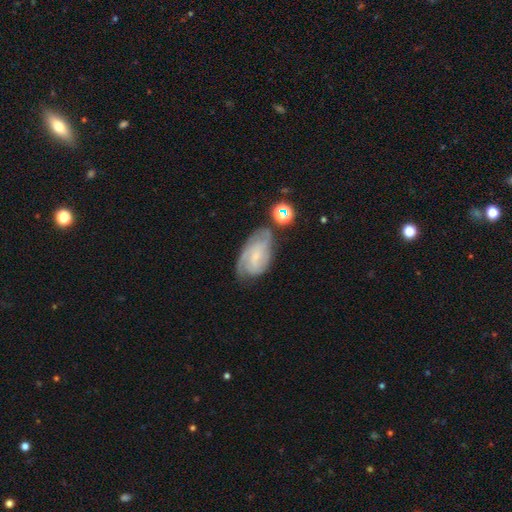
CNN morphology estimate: Smooth or featured? featured or disk (68%)
Edge-on disk? no (96%)
Bar? no (48%)
Spiral arms? yes (90%)
Spiral winding? tight (50%)
Spiral arm count? can't tell (38%)
Bulge size? small (55%)
Merging? none (52%)